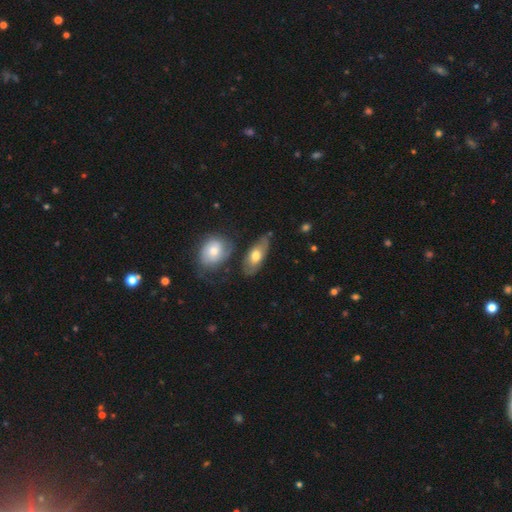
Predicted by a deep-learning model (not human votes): smooth 57%, featured or disk 38%, star or artifact 6%. Down the decision tree: how rounded — in between (84%); merging — none (67%).